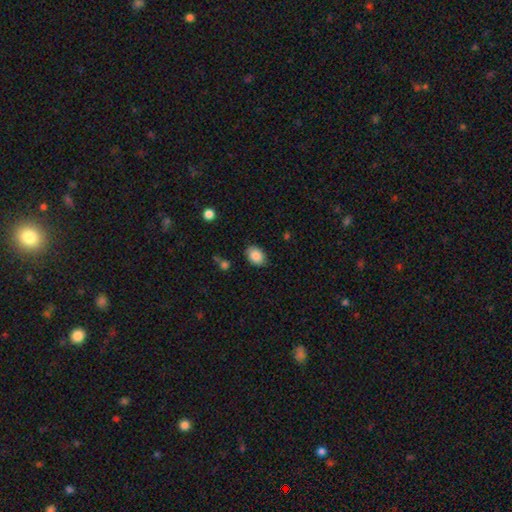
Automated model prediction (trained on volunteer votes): Morphology: type=smooth (87%); roundness=in between (78%); merging=none (85%).